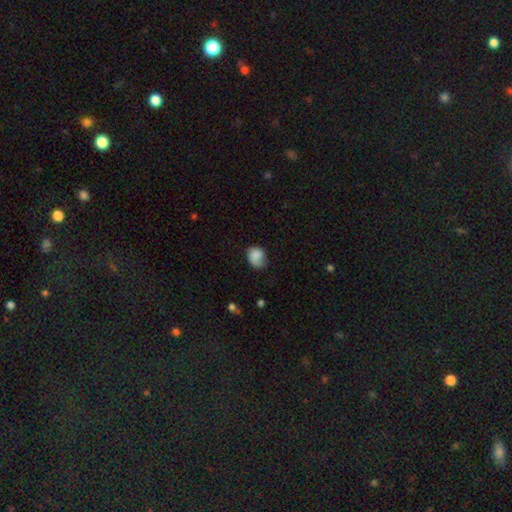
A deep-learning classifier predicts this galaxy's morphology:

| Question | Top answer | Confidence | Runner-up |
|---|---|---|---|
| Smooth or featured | smooth | 82% | featured or disk (10%) |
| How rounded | round | 53% | in between (47%) |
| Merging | none | 49% | minor disturbance (35%) |